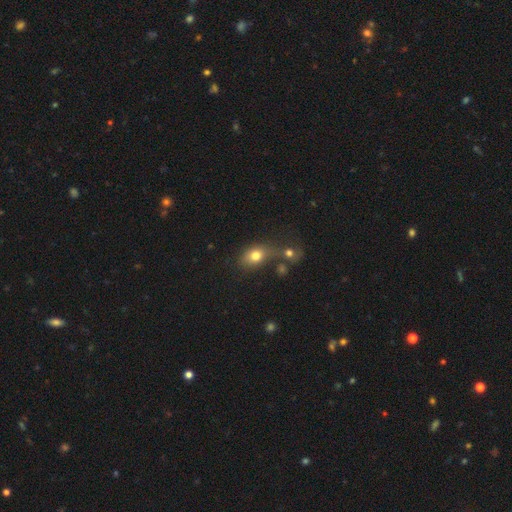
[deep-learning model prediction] A smooth galaxy with no disk features (78%) that is in between round and cigar-shaped (69%). Merging: none (40%).